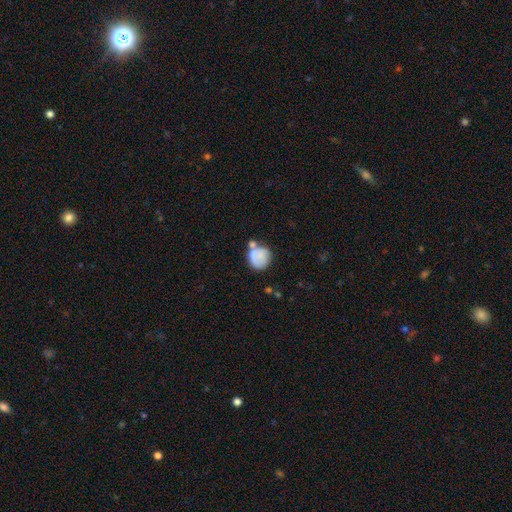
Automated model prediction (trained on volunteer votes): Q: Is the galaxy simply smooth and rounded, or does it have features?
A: smooth — 71%.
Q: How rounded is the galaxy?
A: round — 80%.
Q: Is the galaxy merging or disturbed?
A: none — 47%.